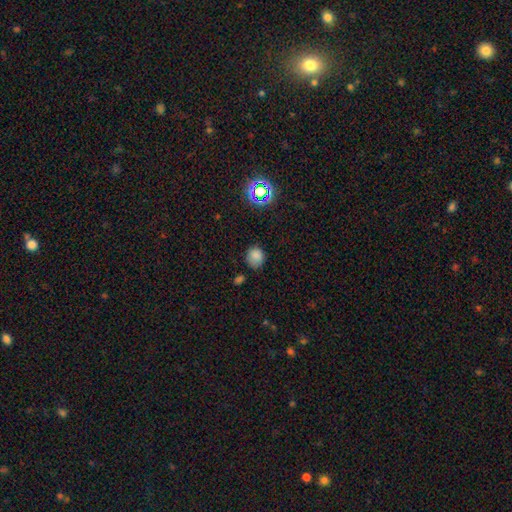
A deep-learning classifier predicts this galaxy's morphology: Overall: smooth (78%). How rounded: round (73%). Merging: none (69%).